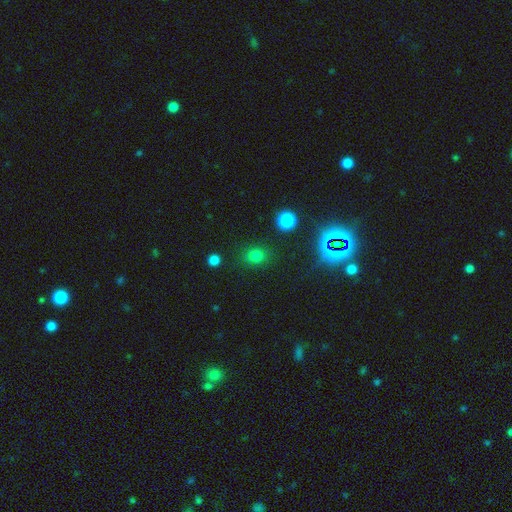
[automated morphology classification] smooth_or_featured: smooth (p=0.73) [alt: star or artifact p=0.21]
how_rounded: round (p=0.73) [alt: in between p=0.25]
merging: none (p=0.84) [alt: minor disturbance p=0.09]